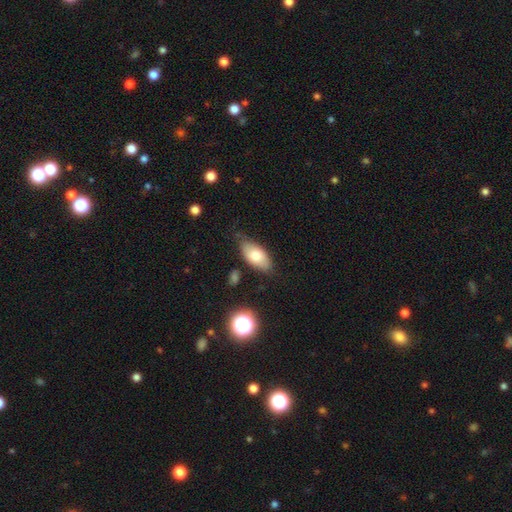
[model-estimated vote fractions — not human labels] smooth 74%, featured or disk 18%, star or artifact 8%. Down the decision tree: how rounded — in between (91%); merging — none (71%).